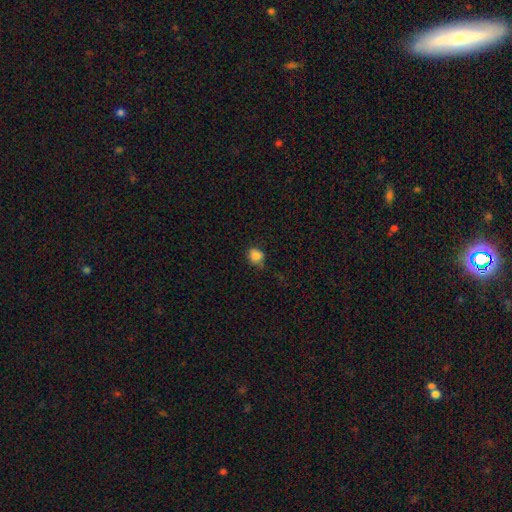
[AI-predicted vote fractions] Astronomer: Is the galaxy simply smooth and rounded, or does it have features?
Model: smooth — 84%.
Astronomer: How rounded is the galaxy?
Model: round — 64%.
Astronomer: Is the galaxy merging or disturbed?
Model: none — 62%.